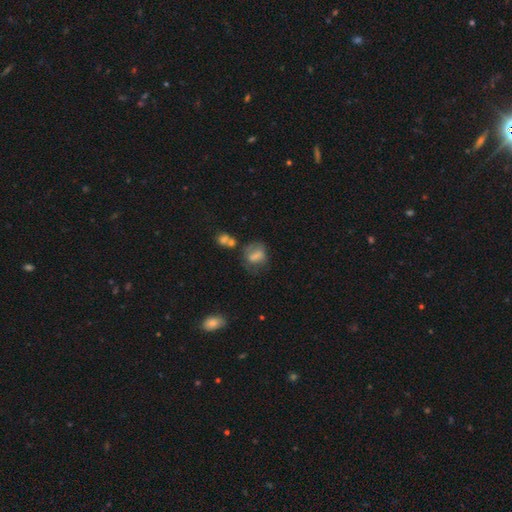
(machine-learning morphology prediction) This appears to be a smooth galaxy with no disk features (62%) that is in between round and cigar-shaped (53%). Merging: none (40%).